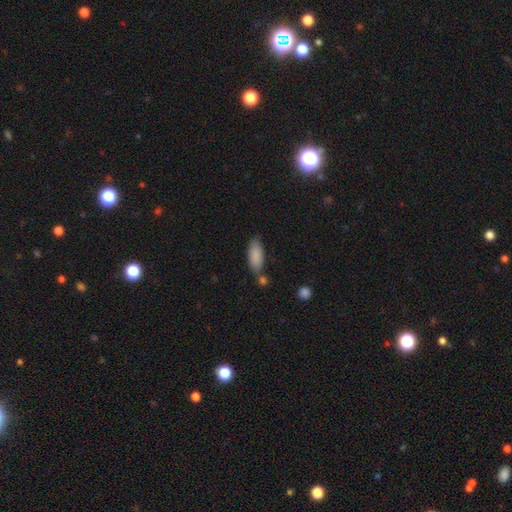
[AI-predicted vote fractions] This appears to be a smooth galaxy with no disk features (87%) that is in between round and cigar-shaped (81%). Merging: none (63%).